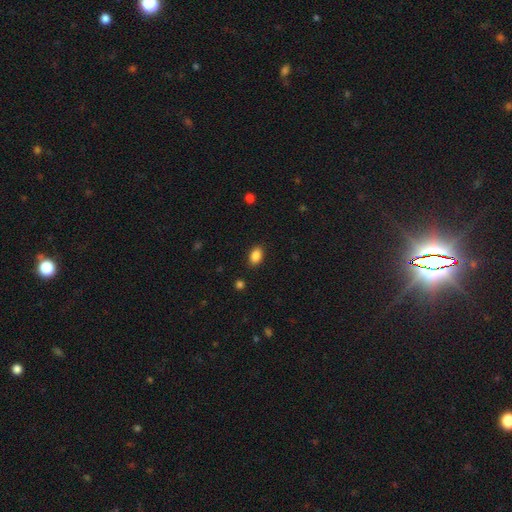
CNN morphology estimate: type=smooth (87%); roundness=in between (86%); merging=none (88%).